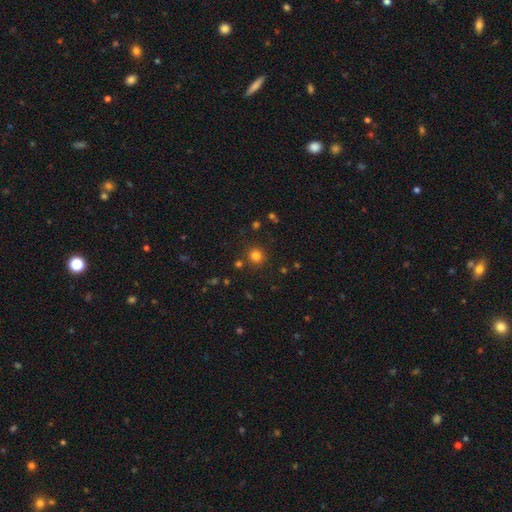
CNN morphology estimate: A smooth galaxy with no disk features (79%) that is round (93%). Merging: none (86%).